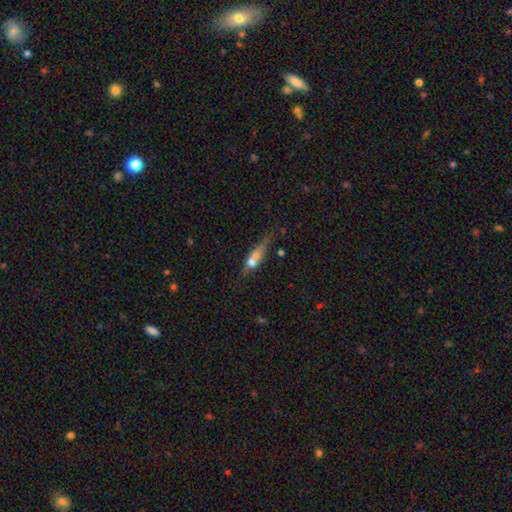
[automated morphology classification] smooth 47%, featured or disk 42%, star or artifact 11%. Down the decision tree: merging — none (44%).